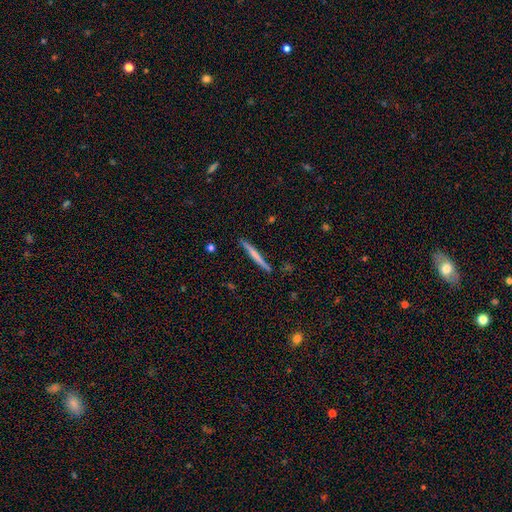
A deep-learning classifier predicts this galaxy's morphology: Smooth or featured?
  - smooth: 51% *
  - featured or disk: 43%
  - star or artifact: 6%
How rounded?
  - cigar-shaped: 96% *
  - in between: 2%
  - round: 1%
Merging?
  - none: 89% *
  - minor disturbance: 8%
  - merger: 2%
  - major disturbance: 2%